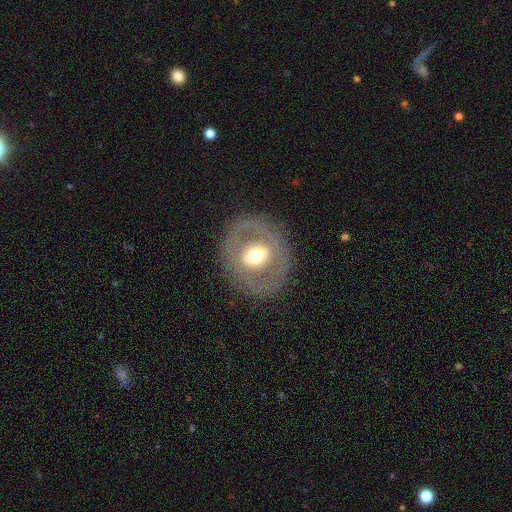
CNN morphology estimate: This is possibly a featured or disk galaxy (57%). It is clearly not viewed edge-on (91%). Bar: marginally no (44%). Spiral arm pattern: clearly no (85%). Central bulge: likely moderate (62%). Merging: clearly none (81%).